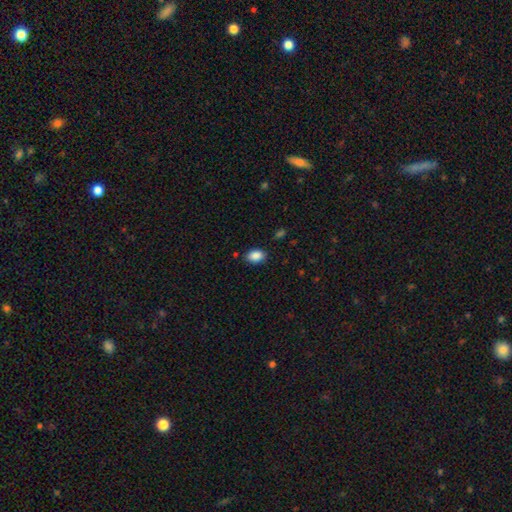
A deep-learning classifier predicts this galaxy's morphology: The model was most divided on "how rounded": in between: 82%, round: 17%, cigar-shaped: 1%. More confident: smooth or featured — smooth (88%); merging — none (87%).